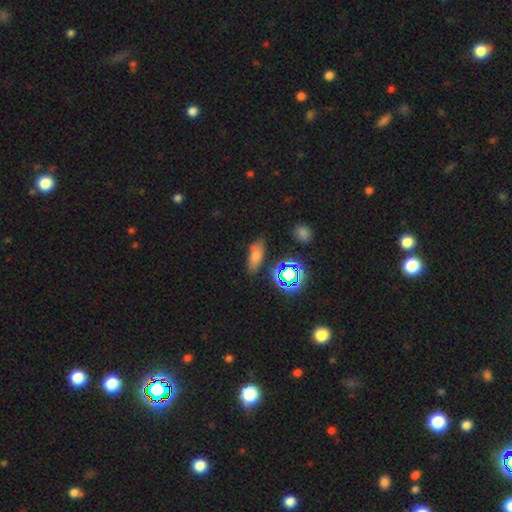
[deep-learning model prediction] Smooth or featured: smooth — 64% (star or artifact — 22%)
How rounded: in between — 74% (cigar-shaped — 17%)
Merging: none — 75% (minor disturbance — 16%)